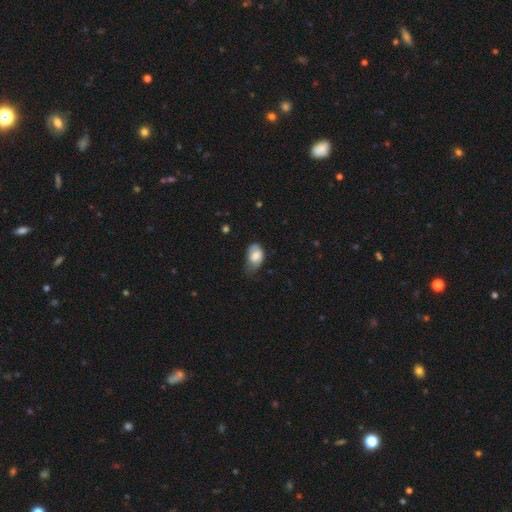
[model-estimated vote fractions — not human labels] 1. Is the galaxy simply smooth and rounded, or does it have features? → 76% smooth, 17% featured or disk, 7% star or artifact.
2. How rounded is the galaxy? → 86% in between, 12% round, 1% cigar-shaped.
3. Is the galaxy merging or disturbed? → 46% minor disturbance, 32% none, 20% major disturbance, 2% merger.